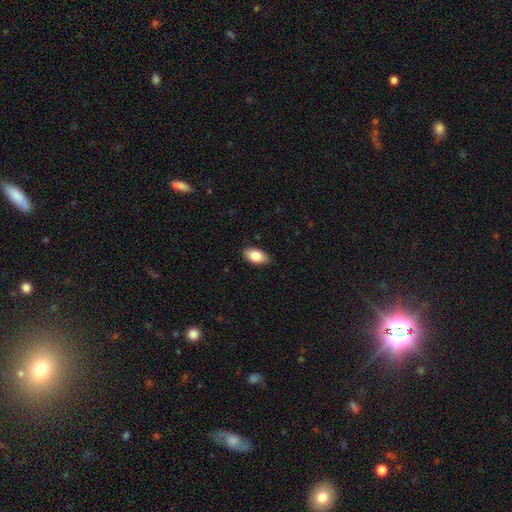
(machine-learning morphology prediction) The model was most divided on "smooth or featured": smooth: 83%, featured or disk: 10%, star or artifact: 7%. More confident: how rounded — in between (93%); merging — none (87%).